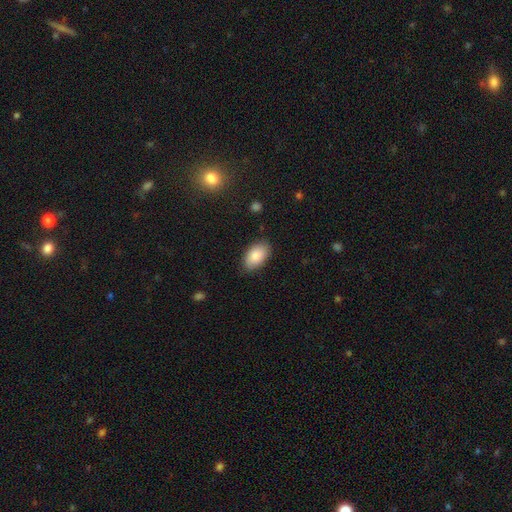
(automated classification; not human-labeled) Smooth or featured? Predicted: smooth (p=0.86). How rounded? Predicted: in between (p=0.94). Merging? Predicted: none (p=0.82).